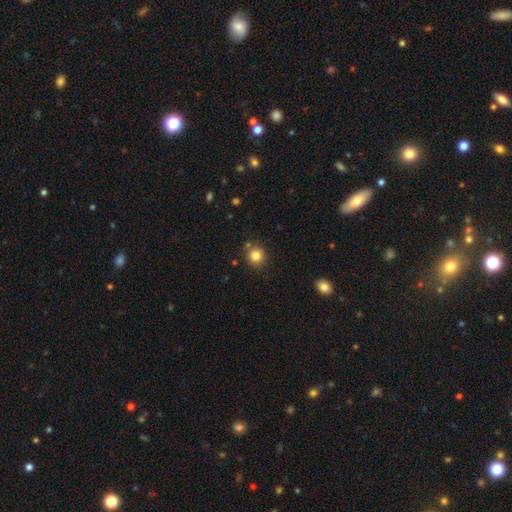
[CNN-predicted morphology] This is clearly a smooth galaxy (82%). How rounded: clearly round (90%). Merging: clearly none (83%).